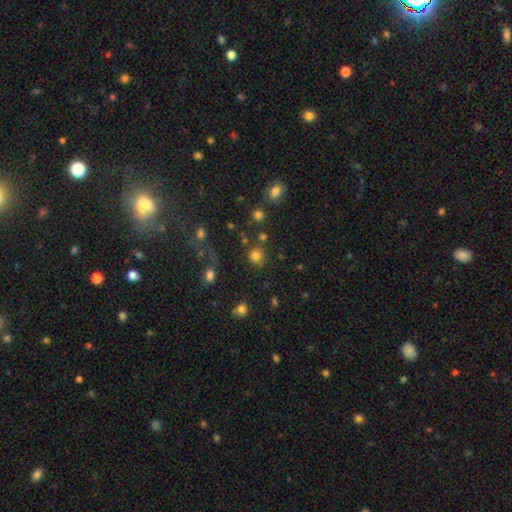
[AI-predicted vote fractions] A smooth galaxy with no disk features (79%) that is round (87%).

Vote fractions:
- Smooth or featured? smooth: 79% / star or artifact: 15% / featured or disk: 6%
- How rounded? round: 87% / in between: 12% / cigar-shaped: 1%
- Merging? none: 76% / minor disturbance: 10% / merger: 9% / major disturbance: 5%